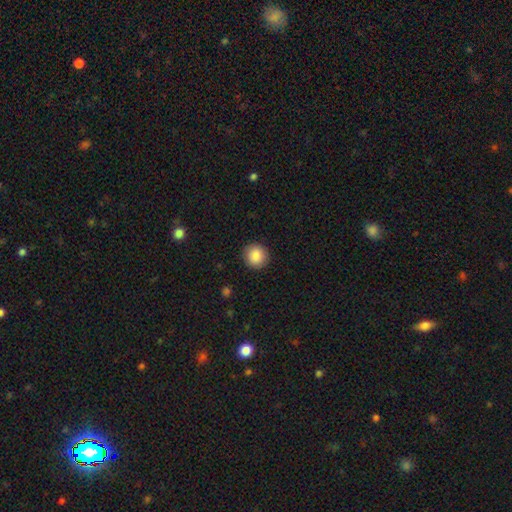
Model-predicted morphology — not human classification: Smooth or featured?
  - smooth: 88% *
  - star or artifact: 8%
  - featured or disk: 4%
How rounded?
  - round: 92% *
  - in between: 7%
  - cigar-shaped: 1%
Merging?
  - none: 91% *
  - minor disturbance: 6%
  - major disturbance: 2%
  - merger: 1%